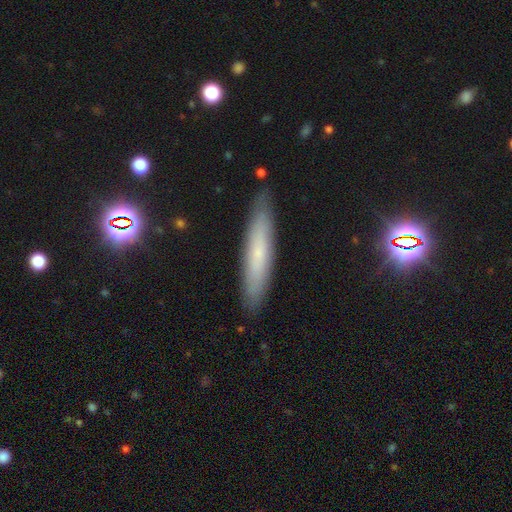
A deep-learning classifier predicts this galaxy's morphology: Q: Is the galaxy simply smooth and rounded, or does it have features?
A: smooth — 55%.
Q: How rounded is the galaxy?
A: cigar-shaped — 90%.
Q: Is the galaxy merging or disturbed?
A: none — 88%.